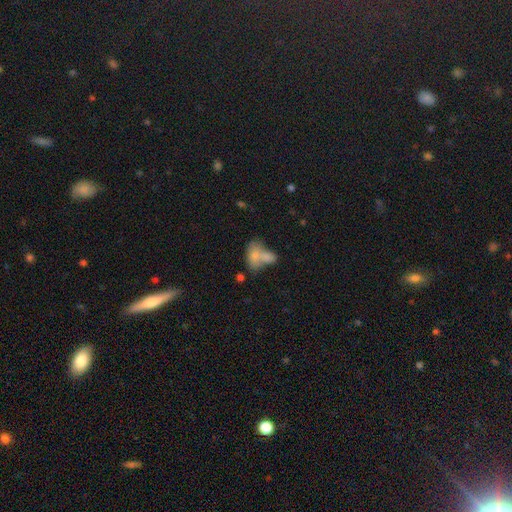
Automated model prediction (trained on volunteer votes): Smooth or featured?
  - smooth: 75% *
  - featured or disk: 17%
  - star or artifact: 9%
How rounded?
  - in between: 83% *
  - round: 15%
  - cigar-shaped: 2%
Merging?
  - merger: 62% *
  - none: 21%
  - minor disturbance: 10%
  - major disturbance: 7%